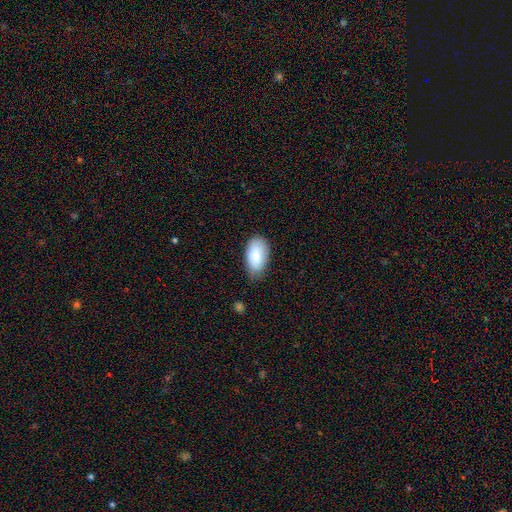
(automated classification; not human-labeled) The model was most divided on "merging": none: 68%, minor disturbance: 26%, major disturbance: 4%, merger: 1%. More confident: how rounded — in between (95%); smooth or featured — smooth (84%).